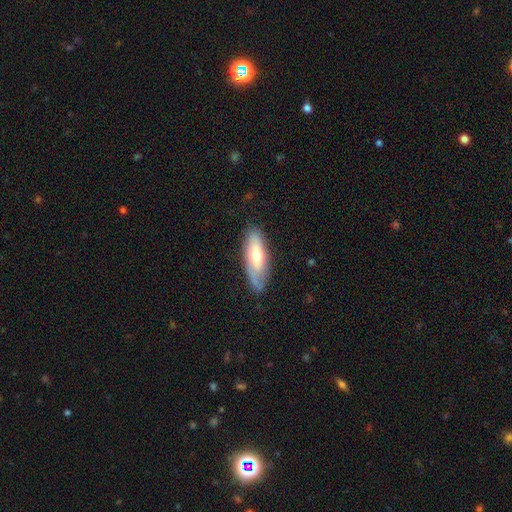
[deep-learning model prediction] The model was most divided on "smooth or featured": smooth: 55%, featured or disk: 38%, star or artifact: 6%. More confident: merging — none (71%); how rounded — in between (58%).